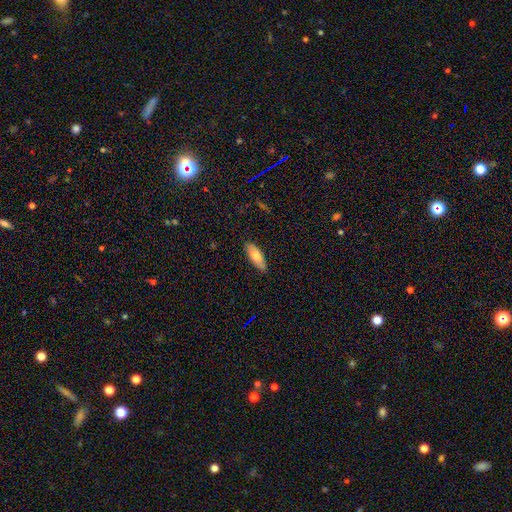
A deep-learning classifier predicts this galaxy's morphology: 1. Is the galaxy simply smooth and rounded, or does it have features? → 74% smooth, 20% featured or disk, 6% star or artifact.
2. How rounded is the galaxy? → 69% in between, 29% cigar-shaped, 2% round.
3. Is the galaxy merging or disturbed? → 86% none, 11% minor disturbance, 2% major disturbance, 1% merger.